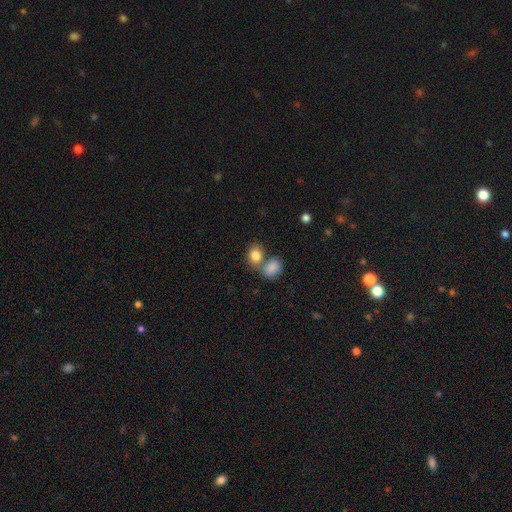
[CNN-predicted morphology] A smooth galaxy with no disk features (84%) that is round (52%). Merging: none (48%).